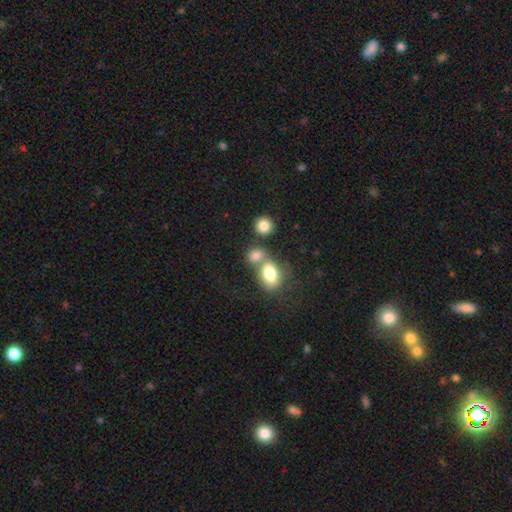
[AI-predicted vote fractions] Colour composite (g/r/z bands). It shows a smooth galaxy with no disk features (78%) that is in between round and cigar-shaped (55%). Merging: merger (45%).